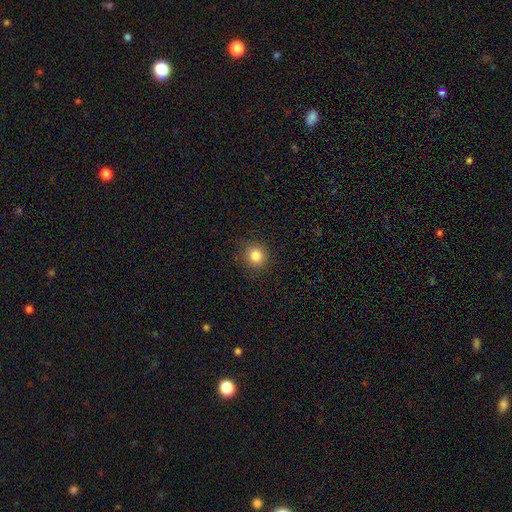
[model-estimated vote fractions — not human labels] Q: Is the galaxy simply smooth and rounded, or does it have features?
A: smooth — 83%.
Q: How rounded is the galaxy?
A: round — 88%.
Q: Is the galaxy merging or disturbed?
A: none — 90%.